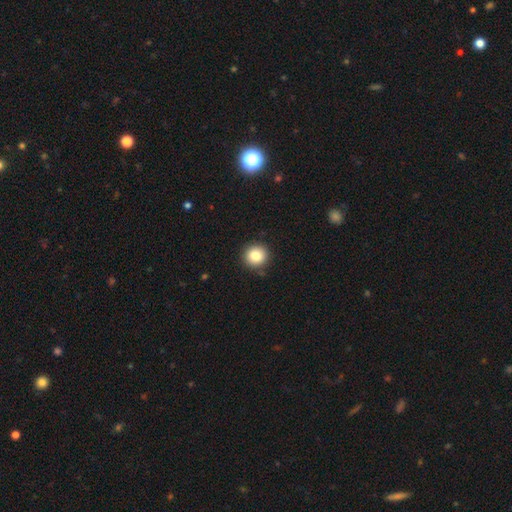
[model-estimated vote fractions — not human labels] smooth-or-featured: smooth: 83% | star or artifact: 10% | featured or disk: 7%
  how-rounded: round: 92% | in between: 7% | cigar-shaped: 1%
  merging: none: 89% | minor disturbance: 8% | major disturbance: 2% | merger: 1%